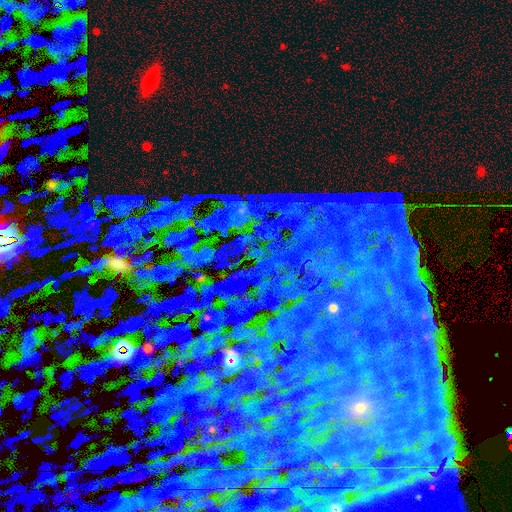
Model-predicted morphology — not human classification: A star or artifact, not a galaxy (83%).

Vote fractions:
- Smooth or featured? star or artifact: 83% / smooth: 9% / featured or disk: 8%